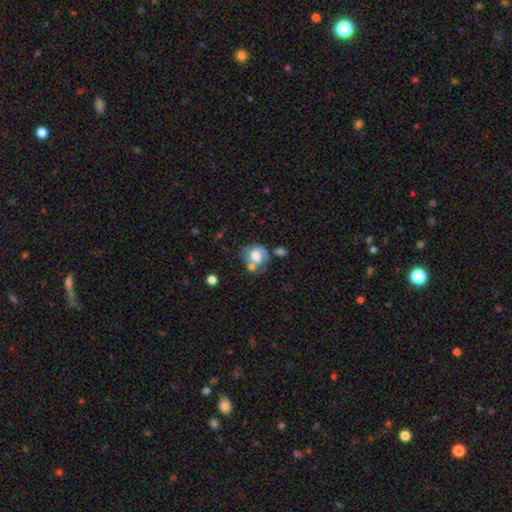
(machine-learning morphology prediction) The model was most divided on "smooth or featured": smooth: 47%, featured or disk: 45%, star or artifact: 8%. Remaining: merging — none (35%).